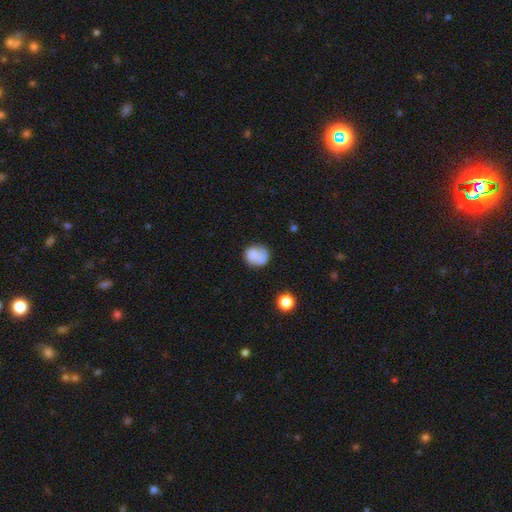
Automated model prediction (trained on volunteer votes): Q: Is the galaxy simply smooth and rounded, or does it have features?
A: smooth — 71%.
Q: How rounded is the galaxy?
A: round — 72%.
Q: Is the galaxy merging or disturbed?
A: none — 44%.